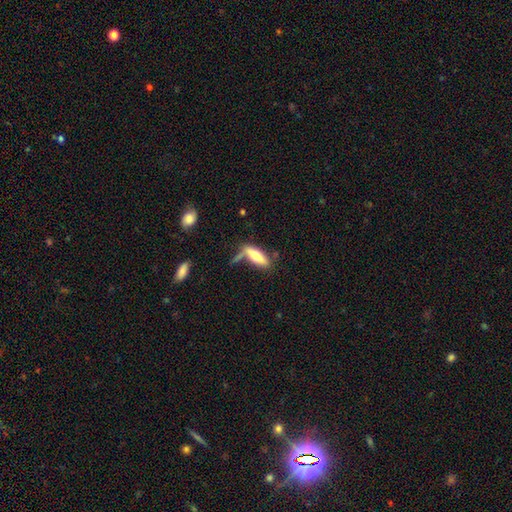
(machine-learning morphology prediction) smooth_or_featured: smooth (p=0.67) [alt: featured or disk p=0.27]
how_rounded: in between (p=0.49) [tied with: cigar-shaped p=0.49]
merging: none (p=0.51) [alt: minor disturbance p=0.21]